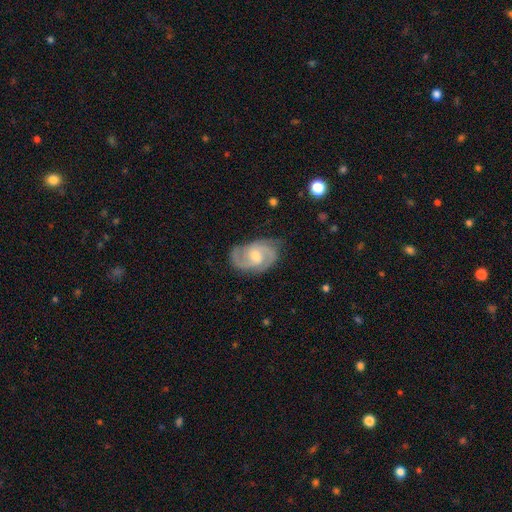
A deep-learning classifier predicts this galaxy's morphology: A featured or disk galaxy (87%) with no bar (46%), 2 (64%) medium (50%) spiral arms (97%) and a moderate central bulge (59%).

Vote fractions:
- Smooth or featured? featured or disk: 87% / smooth: 8% / star or artifact: 5%
- Edge-on disk? no: 97% / yes: 3%
- Bar? no: 46% / weak: 45% / strong: 9%
- Spiral arms? yes: 97% / no: 3%
- Spiral winding? medium: 50% / tight: 39% / loose: 11%
- Spiral arm count? 2: 64% / 3: 22% / can't tell: 7% / 4: 2% / 1: 2% / more than 4: 2%
- Bulge size? moderate: 59% / small: 35% / large: 3% / none: 2% / dominant: 1%
- Merging? none: 75% / minor disturbance: 18% / major disturbance: 5% / merger: 1%